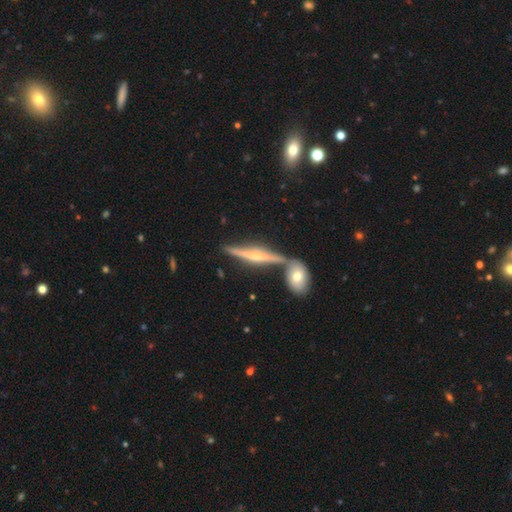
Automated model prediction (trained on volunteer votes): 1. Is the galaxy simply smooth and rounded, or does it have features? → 74% featured or disk, 19% smooth, 7% star or artifact.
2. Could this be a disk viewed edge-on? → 95% yes, 5% no.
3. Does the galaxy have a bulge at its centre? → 73% rounded, 17% none, 10% boxy.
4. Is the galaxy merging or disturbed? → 64% none, 22% merger, 10% minor disturbance, 3% major disturbance.